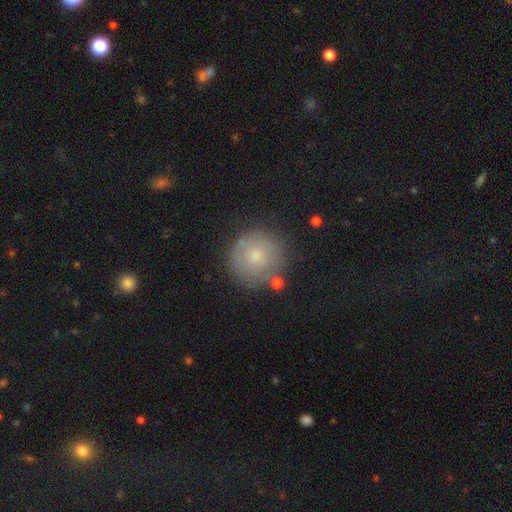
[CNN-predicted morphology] Overall: smooth (61%; featured or disk 29%). How rounded: round (94%). Merging: none (77%).